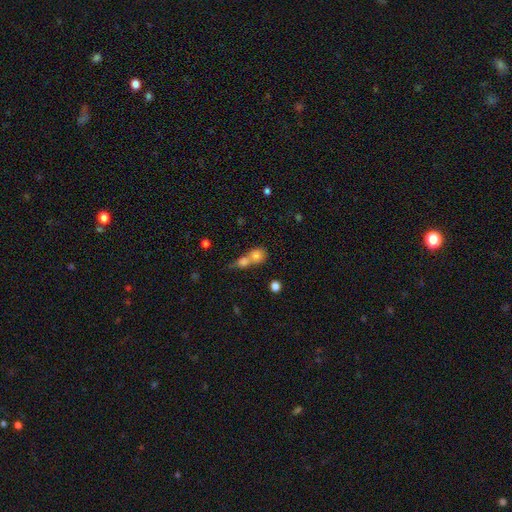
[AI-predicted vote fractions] Smooth or featured? Predicted: smooth (p=0.76). How rounded? Predicted: round (p=0.69). Merging? Predicted: merger (p=0.66).